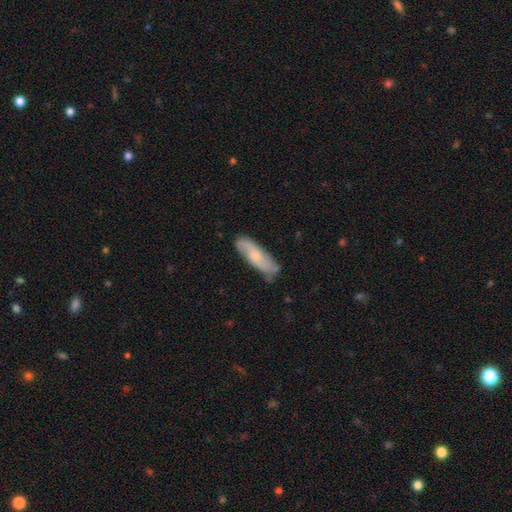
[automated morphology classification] The model was most divided on "smooth or featured": smooth: 48%, featured or disk: 46%, star or artifact: 6%. More confident: merging — none (74%).